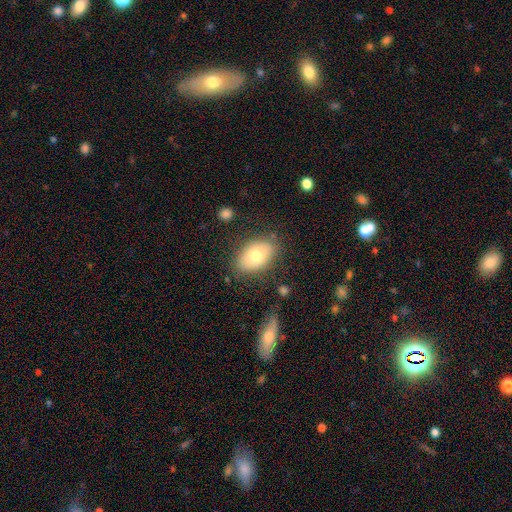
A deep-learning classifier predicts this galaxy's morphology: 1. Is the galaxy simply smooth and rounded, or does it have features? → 72% smooth, 21% featured or disk, 7% star or artifact.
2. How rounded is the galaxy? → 89% in between, 10% round, 1% cigar-shaped.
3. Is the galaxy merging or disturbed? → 78% none, 15% minor disturbance, 4% major disturbance, 3% merger.